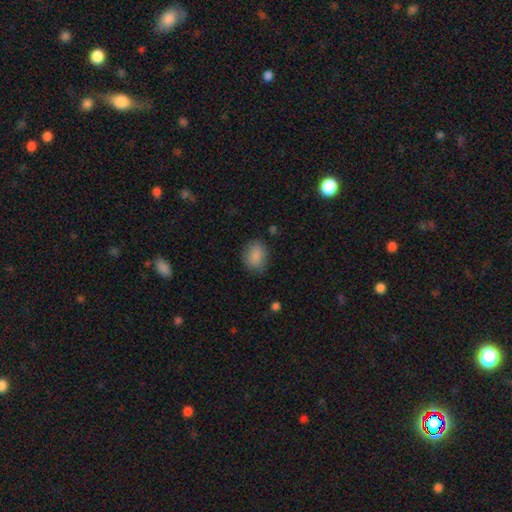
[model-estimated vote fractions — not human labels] Q: Smooth or featured?
A: smooth (87%); runner-up: star or artifact (8%)
Q: How rounded?
A: in between (60%); runner-up: round (39%)
Q: Merging?
A: none (78%); runner-up: minor disturbance (17%)